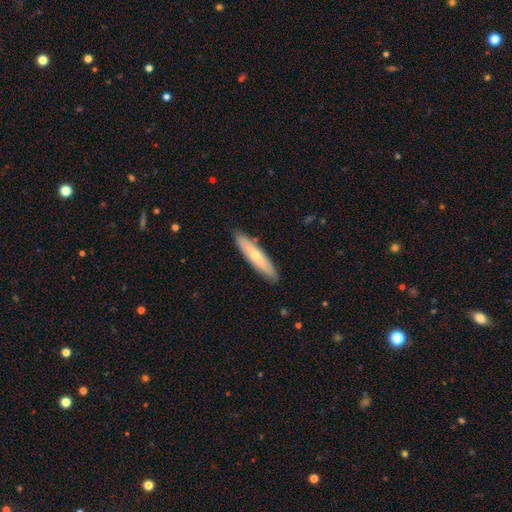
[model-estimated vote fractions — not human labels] Smooth or featured: smooth — 54% (featured or disk — 40%)
How rounded: cigar-shaped — 84% (in between — 14%)
Merging: none — 88% (minor disturbance — 9%)